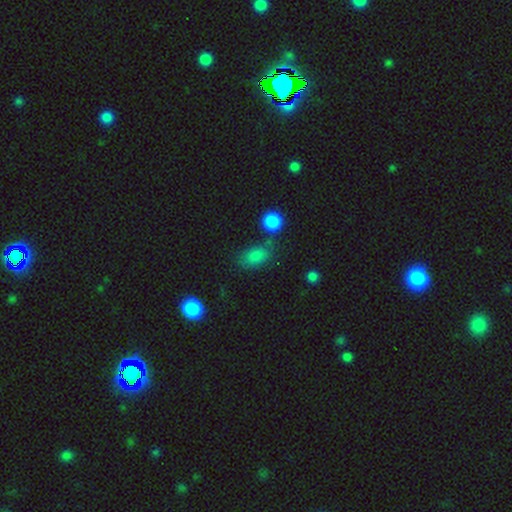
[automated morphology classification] This is clearly a smooth galaxy (82%). How rounded: clearly in between (81%). Merging: likely none (63%).